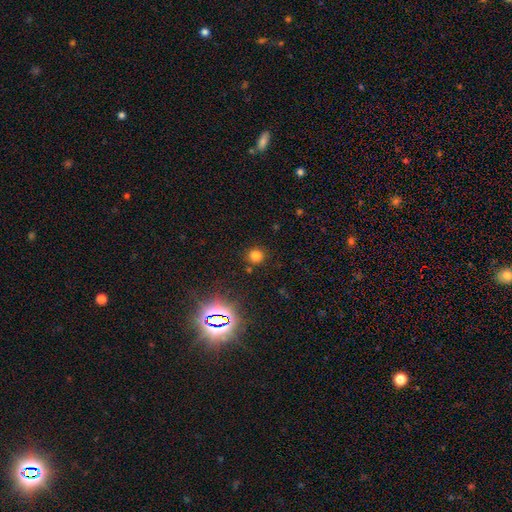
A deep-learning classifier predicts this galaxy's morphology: A smooth galaxy with no disk features (76%) that is round (92%). Merging: none (87%).